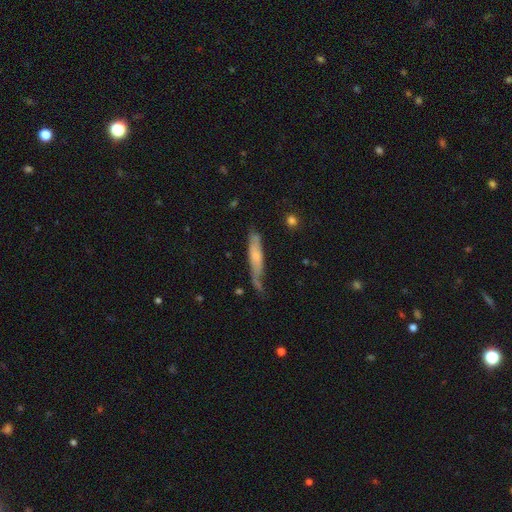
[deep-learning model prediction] Smooth or featured?
  - smooth: 52% *
  - featured or disk: 42%
  - star or artifact: 6%
How rounded?
  - cigar-shaped: 84% *
  - in between: 15%
  - round: 2%
Merging?
  - none: 51% *
  - minor disturbance: 32%
  - major disturbance: 13%
  - merger: 4%